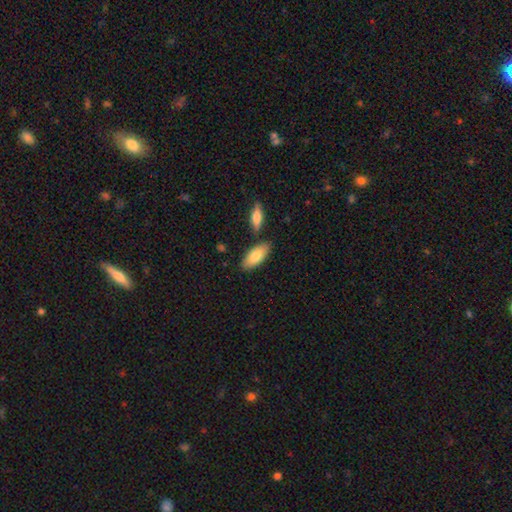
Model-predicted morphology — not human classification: Smooth or featured: smooth — 80% (featured or disk — 14%)
How rounded: in between — 85% (cigar-shaped — 12%)
Merging: none — 78% (minor disturbance — 11%)